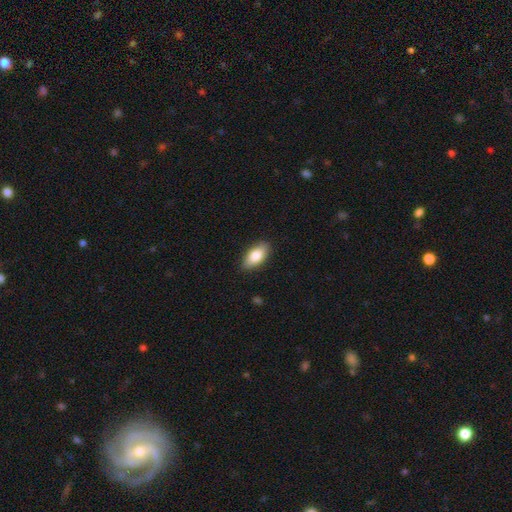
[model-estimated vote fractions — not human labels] The model was most divided on "smooth or featured": smooth: 83%, featured or disk: 11%, star or artifact: 6%. More confident: how rounded — in between (90%); merging — none (86%).